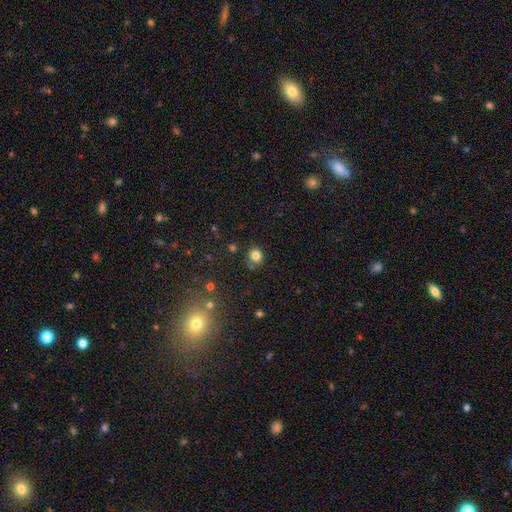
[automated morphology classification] Q: Smooth or featured?
A: smooth (81%); runner-up: star or artifact (13%)
Q: How rounded?
A: round (85%); runner-up: in between (14%)
Q: Merging?
A: none (82%); runner-up: minor disturbance (11%)